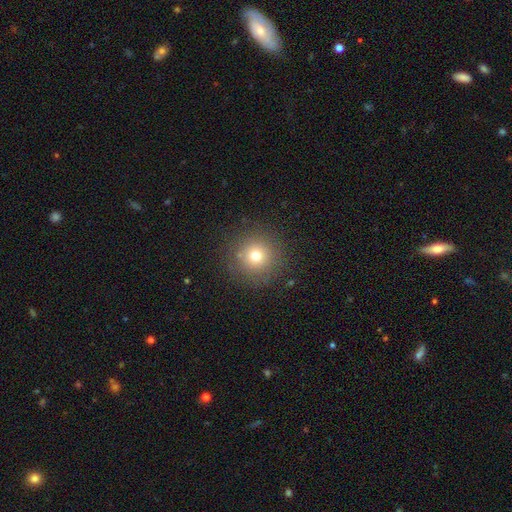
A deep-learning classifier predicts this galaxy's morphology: smooth_or_featured: smooth (p=0.73) [alt: star or artifact p=0.16]
how_rounded: round (p=0.95) [alt: in between p=0.04]
merging: none (p=0.86) [alt: minor disturbance p=0.08]